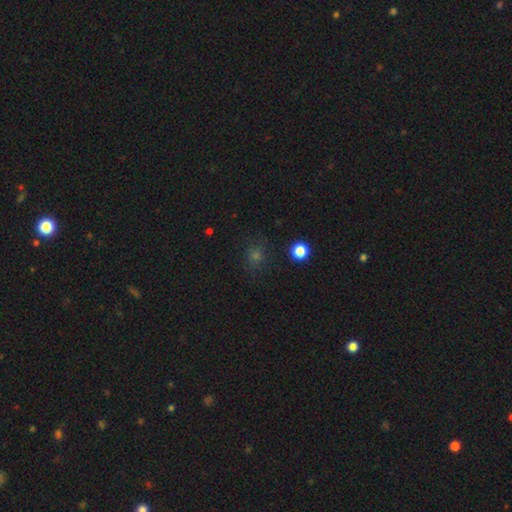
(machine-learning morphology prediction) A smooth galaxy with no disk features (61%) that is round (80%).

Vote fractions:
- Smooth or featured? smooth: 61% / star or artifact: 32% / featured or disk: 7%
- How rounded? round: 80% / in between: 18% / cigar-shaped: 1%
- Merging? none: 84% / minor disturbance: 10% / major disturbance: 4% / merger: 2%